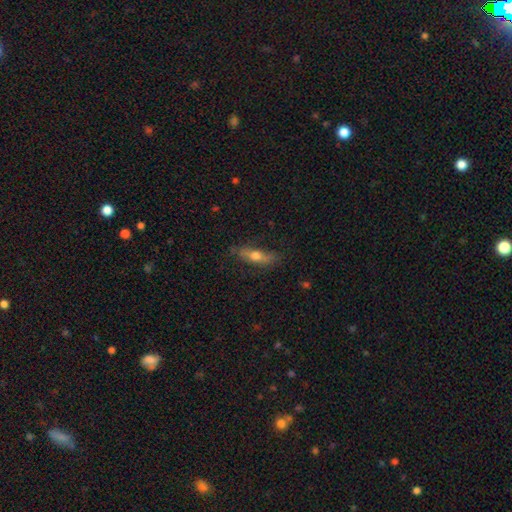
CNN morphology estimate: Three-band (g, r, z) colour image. It shows a smooth galaxy with no disk features (55%) that is cigar-shaped (54%). Merging: none (75%).